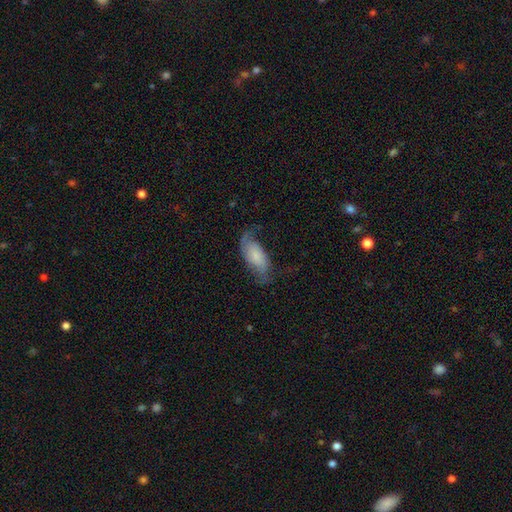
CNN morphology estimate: smooth_or_featured: featured or disk (p=0.50) [alt: smooth p=0.42]
disk_edge_on: no (p=0.92) [alt: yes p=0.08]
merging: none (p=0.49) [alt: minor disturbance p=0.27]